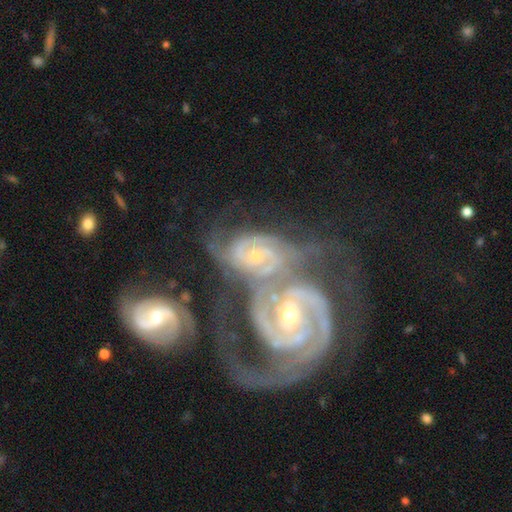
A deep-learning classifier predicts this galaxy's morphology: Smooth or featured?
  - featured or disk: 90% *
  - smooth: 5%
  - star or artifact: 5%
Edge-on disk?
  - no: 97% *
  - yes: 3%
Bar?
  - no: 48% *
  - weak: 34%
  - strong: 18%
Spiral arms?
  - yes: 98% *
  - no: 2%
Spiral winding?
  - tight: 59% *
  - medium: 35%
  - loose: 6%
Spiral arm count?
  - 2: 62% *
  - 3: 17%
  - can't tell: 10%
  - 4: 4%
  - 1: 4%
  - more than 4: 4%
Bulge size?
  - small: 65% *
  - moderate: 32%
  - none: 1%
  - large: 1%
  - dominant: 1%
Merging?
  - merger: 74% *
  - none: 12%
  - minor disturbance: 7%
  - major disturbance: 7%